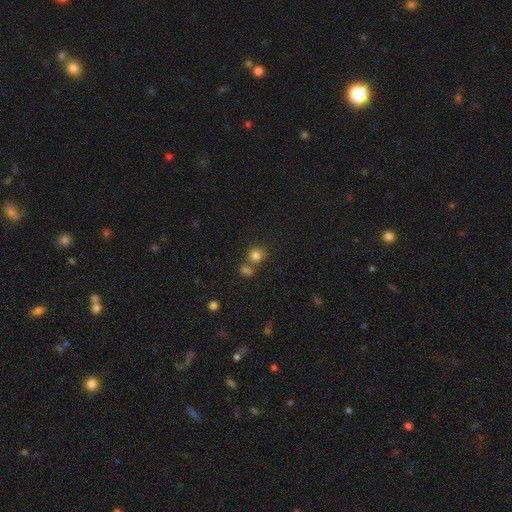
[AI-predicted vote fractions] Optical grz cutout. It shows a smooth galaxy with no disk features (79%) that is round (86%). Merging: none (56%).